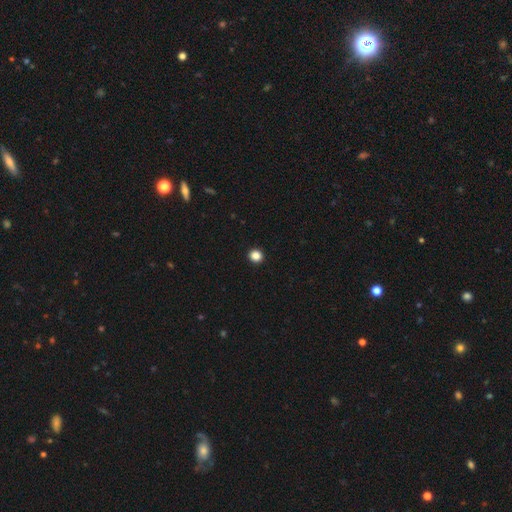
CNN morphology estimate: Smooth or featured? Predicted: smooth (p=0.86). How rounded? Predicted: round (p=0.91). Merging? Predicted: none (p=0.94).